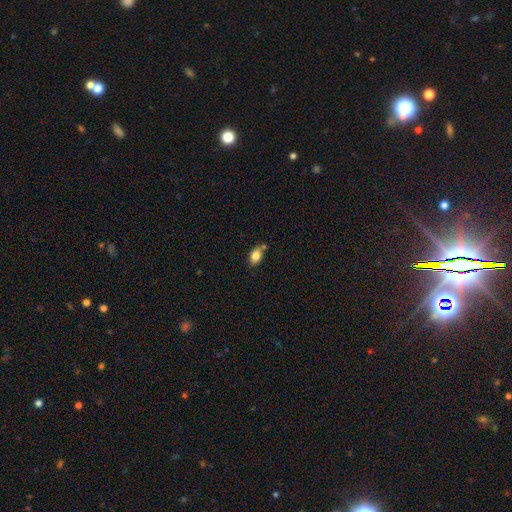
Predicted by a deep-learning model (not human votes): Overall: smooth (81%). How rounded: in between (84%). Merging: none (67%).